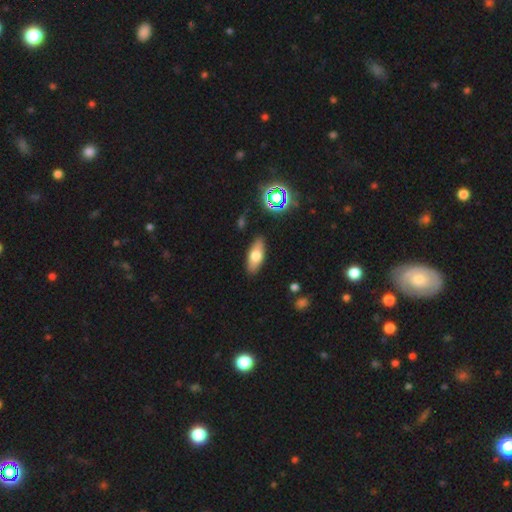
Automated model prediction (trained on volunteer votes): This appears to be a smooth galaxy with no disk features (68%) that is in between round and cigar-shaped (77%). Merging: none (87%).